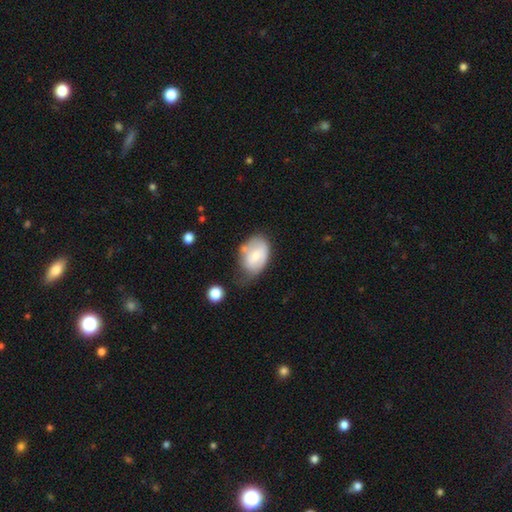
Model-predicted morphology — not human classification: Overall: smooth (59%; featured or disk 34%). How rounded: in between (82%). Merging: none (36%, tied with minor disturbance).